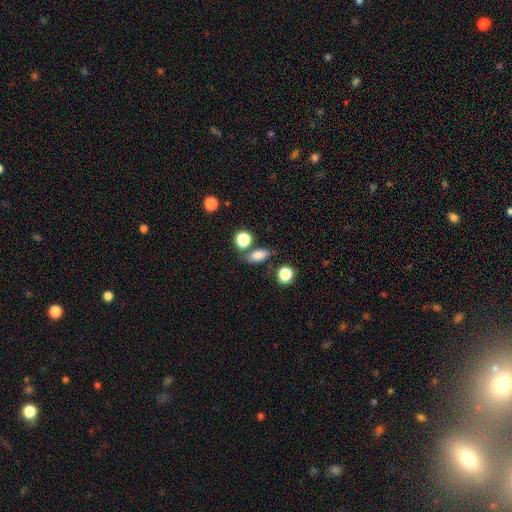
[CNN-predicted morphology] type=smooth (80%); roundness=in between (78%); merging=none (70%).